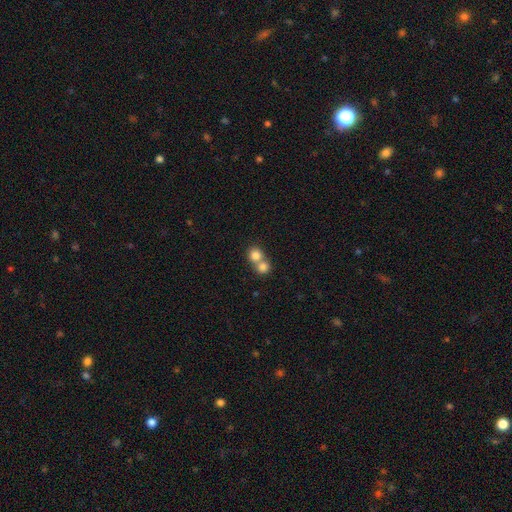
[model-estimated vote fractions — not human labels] Smooth or featured?
  - smooth: 81% *
  - featured or disk: 10%
  - star or artifact: 10%
How rounded?
  - round: 84% *
  - in between: 15%
  - cigar-shaped: 1%
Merging?
  - merger: 61% *
  - none: 33%
  - minor disturbance: 4%
  - major disturbance: 2%